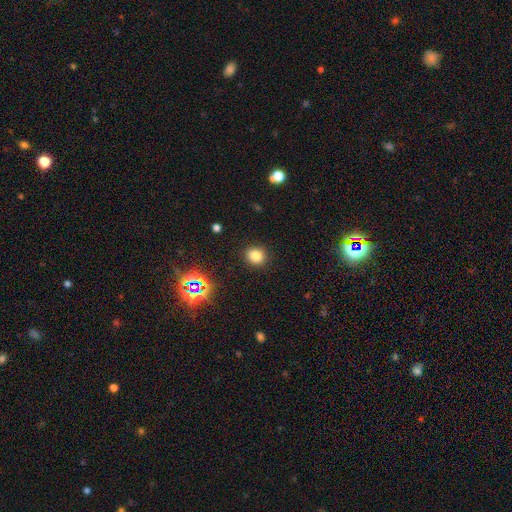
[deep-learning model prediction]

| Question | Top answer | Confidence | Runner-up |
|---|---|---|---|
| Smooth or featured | smooth | 78% | star or artifact (16%) |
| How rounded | round | 80% | in between (19%) |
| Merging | none | 90% | minor disturbance (7%) |